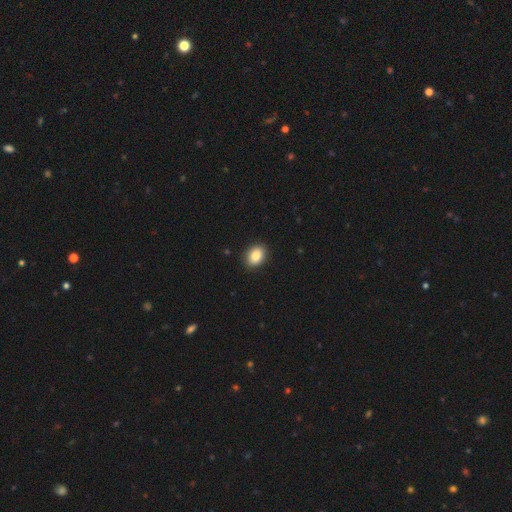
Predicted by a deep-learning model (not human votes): Overall: smooth (87%). How rounded: in between (70%). Merging: none (90%).